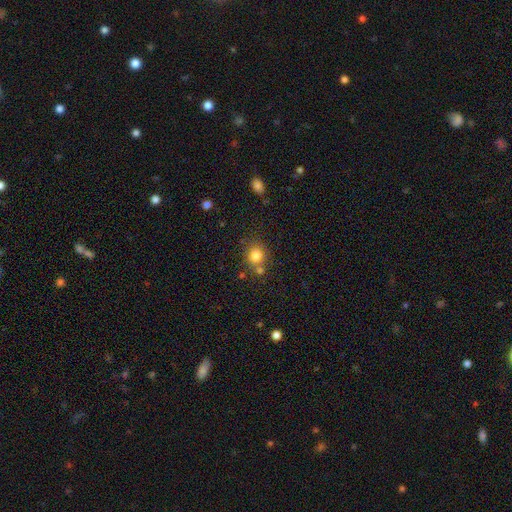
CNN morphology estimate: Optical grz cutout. It shows a smooth galaxy with no disk features (82%) that is round (79%). Merging: none (67%).